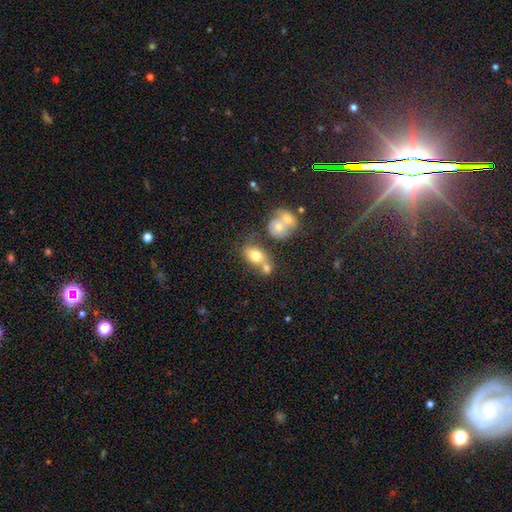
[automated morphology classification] type=smooth (71%); roundness=in between (75%); merging=merger (45%).